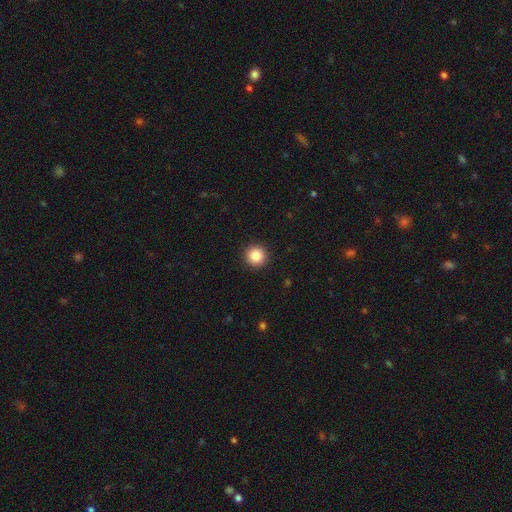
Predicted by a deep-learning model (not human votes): This is clearly a smooth galaxy (86%). How rounded: clearly round (96%). Merging: clearly none (93%).